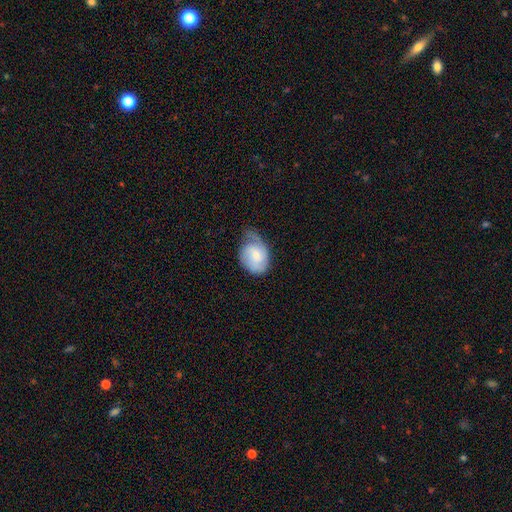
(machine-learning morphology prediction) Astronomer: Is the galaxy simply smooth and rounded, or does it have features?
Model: featured or disk — 47%, tied with smooth at 47%.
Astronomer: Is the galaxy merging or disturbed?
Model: minor disturbance — 42% (runner-up: none, 36%).